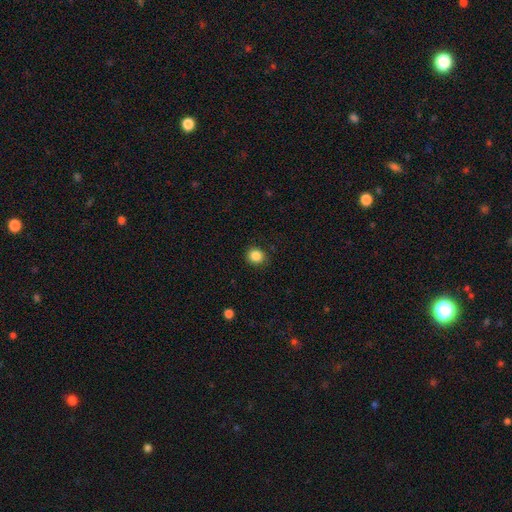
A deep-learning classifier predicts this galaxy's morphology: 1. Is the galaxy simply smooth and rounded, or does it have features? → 86% smooth, 11% star or artifact, 4% featured or disk.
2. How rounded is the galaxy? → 86% round, 13% in between, 1% cigar-shaped.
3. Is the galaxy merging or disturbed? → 87% none, 9% minor disturbance, 2% major disturbance, 1% merger.